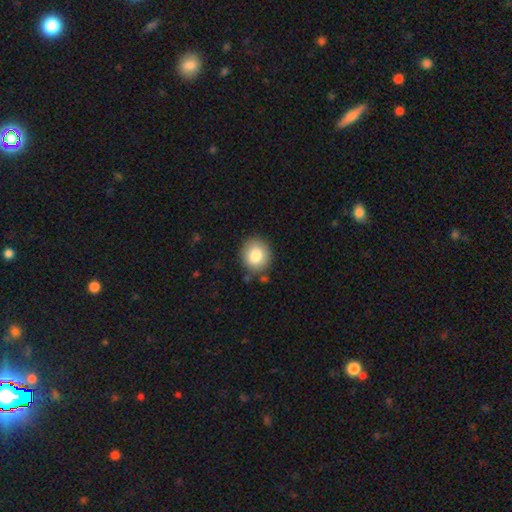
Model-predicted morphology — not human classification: Smooth or featured?
  - smooth: 83% *
  - featured or disk: 9%
  - star or artifact: 9%
How rounded?
  - round: 79% *
  - in between: 20%
  - cigar-shaped: 1%
Merging?
  - none: 85% *
  - minor disturbance: 10%
  - major disturbance: 3%
  - merger: 2%